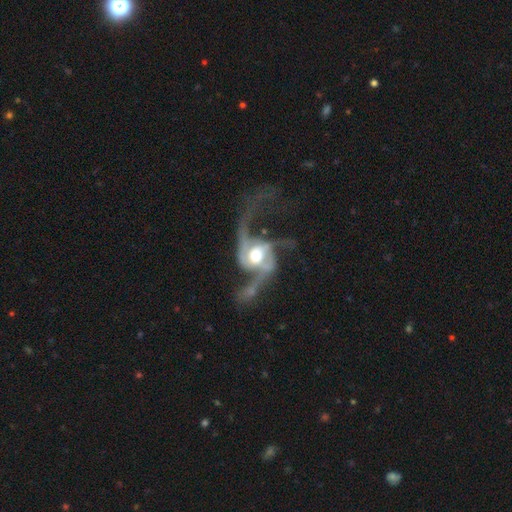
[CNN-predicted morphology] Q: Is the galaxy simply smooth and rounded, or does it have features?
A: featured or disk — 86%.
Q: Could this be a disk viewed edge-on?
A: no — 95%.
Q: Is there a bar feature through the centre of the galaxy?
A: no — 55%.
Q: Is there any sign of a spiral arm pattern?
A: yes — 92%.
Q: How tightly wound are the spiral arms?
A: loose — 67%.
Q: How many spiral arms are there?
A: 2 — 67%.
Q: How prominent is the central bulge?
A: moderate — 61%.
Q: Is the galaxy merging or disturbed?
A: major disturbance — 42%.